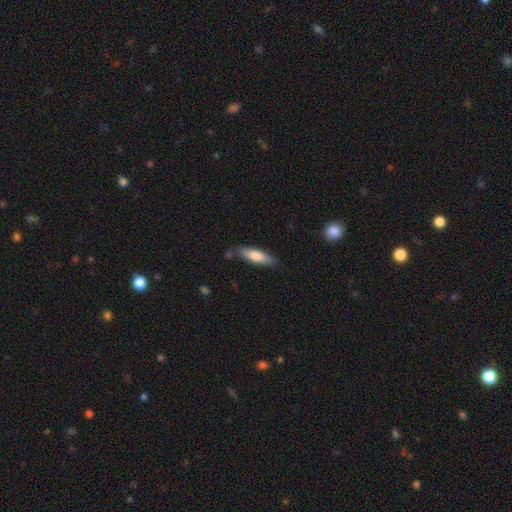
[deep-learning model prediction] A smooth galaxy with no disk features (76%) that is cigar-shaped (56%). Merging: none (78%).